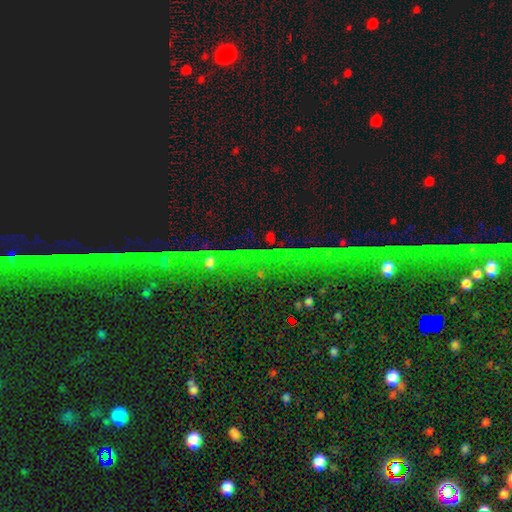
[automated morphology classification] Smooth or featured?
  - star or artifact: 86% *
  - featured or disk: 8%
  - smooth: 6%